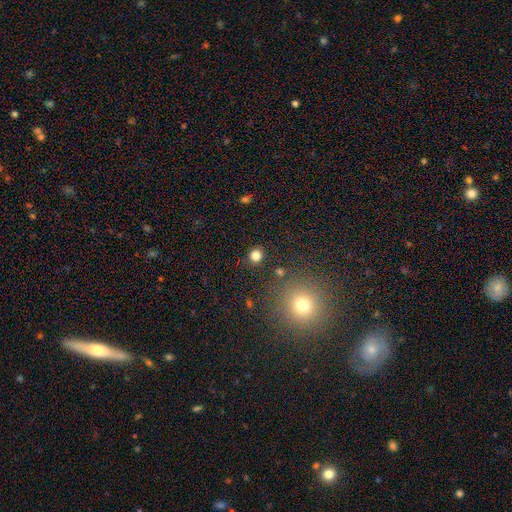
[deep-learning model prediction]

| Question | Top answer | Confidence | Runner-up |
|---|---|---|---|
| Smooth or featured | smooth | 80% | star or artifact (15%) |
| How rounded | round | 87% | in between (12%) |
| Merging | none | 88% | minor disturbance (7%) |